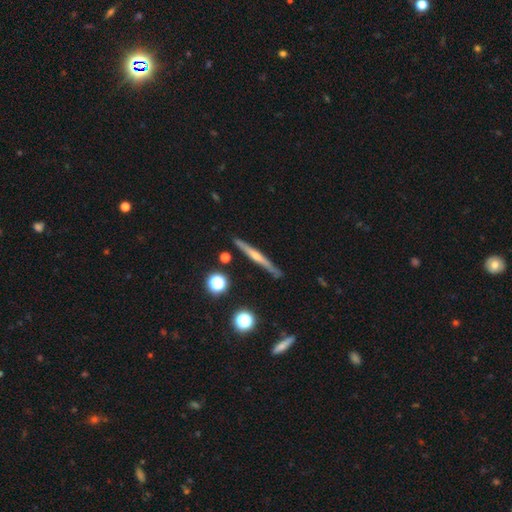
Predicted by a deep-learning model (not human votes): smooth-or-featured: featured or disk: 70% | smooth: 23% | star or artifact: 7%
  disk-edge-on: yes: 97% | no: 3%
    edge-on-bulge: rounded: 70% | none: 24% | boxy: 6%
  merging: none: 88% | minor disturbance: 8% | merger: 2% | major disturbance: 2%